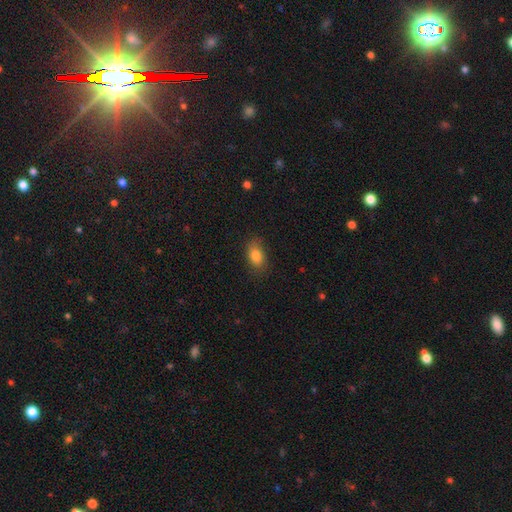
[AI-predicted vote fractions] Morphology: type=smooth (82%); roundness=in between (85%); merging=none (79%).